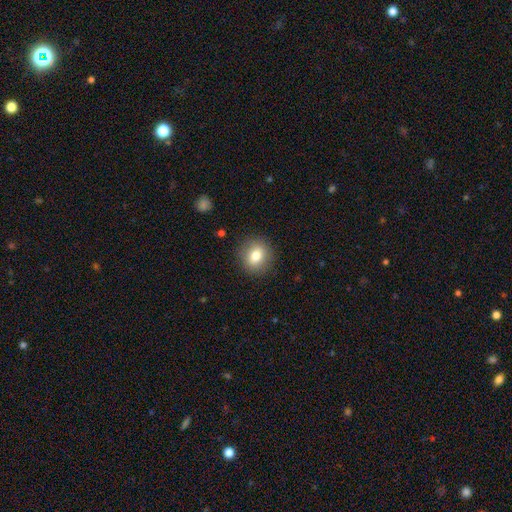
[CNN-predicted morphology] Smooth or featured? Predicted: smooth (p=0.78). How rounded? Predicted: round (p=0.80). Merging? Predicted: none (p=0.89).